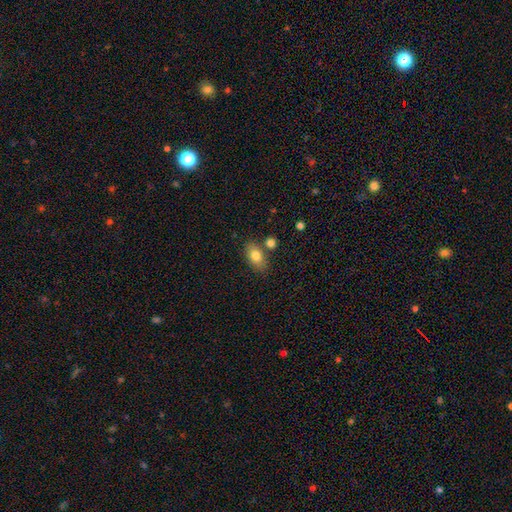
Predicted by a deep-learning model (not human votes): Q: Smooth or featured?
A: smooth (79%); runner-up: featured or disk (13%)
Q: How rounded?
A: in between (87%); runner-up: round (10%)
Q: Merging?
A: none (72%); runner-up: minor disturbance (13%)